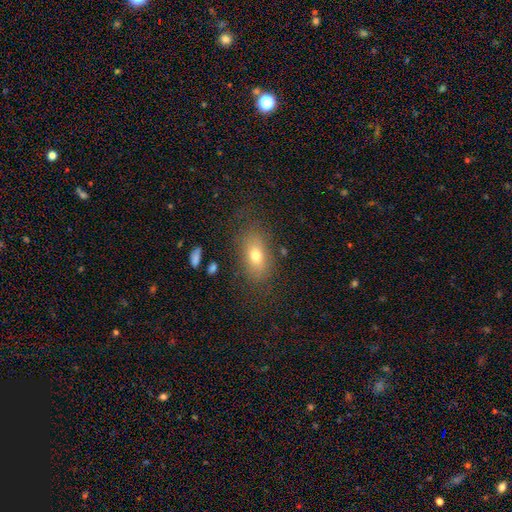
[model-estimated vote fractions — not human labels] smooth-or-featured: smooth: 72% | featured or disk: 16% | star or artifact: 11%
  how-rounded: in between: 83% | round: 13% | cigar-shaped: 4%
  merging: none: 75% | minor disturbance: 15% | major disturbance: 8% | merger: 2%